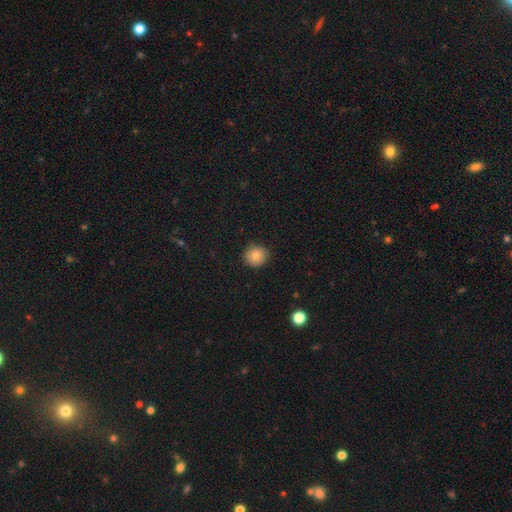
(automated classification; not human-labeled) This is clearly a smooth galaxy (82%). How rounded: clearly round (88%). Merging: clearly none (89%).